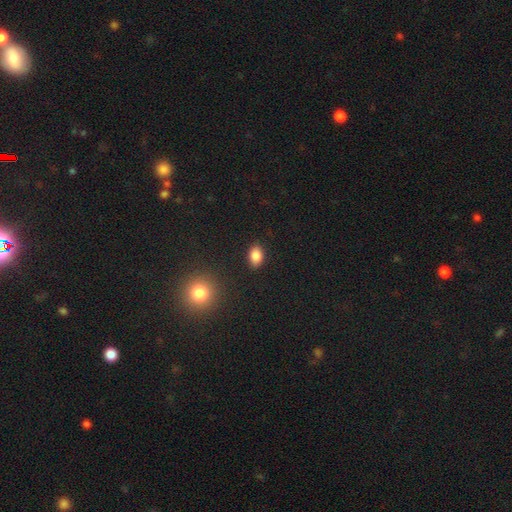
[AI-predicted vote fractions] Q: Smooth or featured?
A: smooth (86%); runner-up: star or artifact (9%)
Q: How rounded?
A: in between (82%); runner-up: round (16%)
Q: Merging?
A: none (88%); runner-up: minor disturbance (9%)